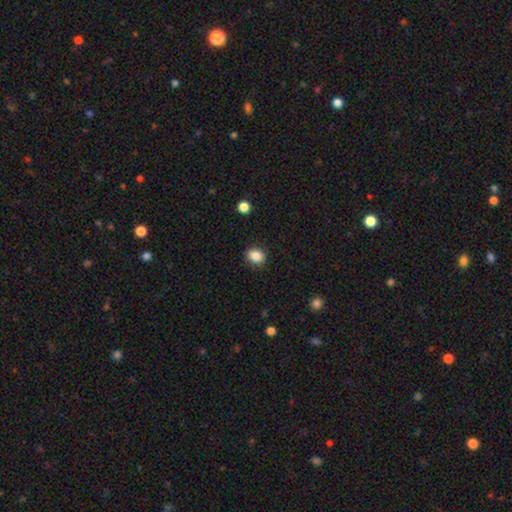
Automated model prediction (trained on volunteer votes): Overall: smooth (86%). How rounded: in between (50%; round 49%). Merging: none (87%).